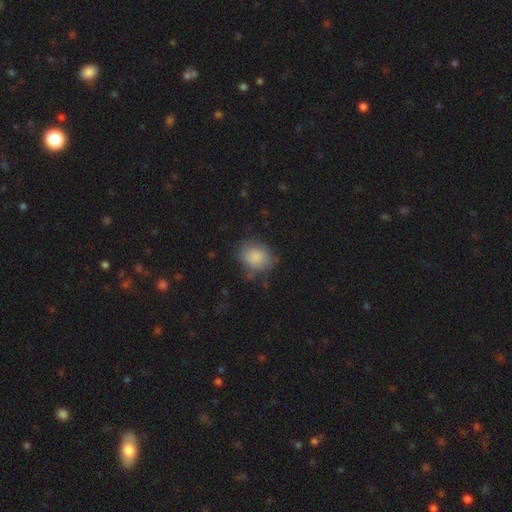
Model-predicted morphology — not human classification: Smooth or featured?
  - smooth: 83% *
  - star or artifact: 8%
  - featured or disk: 8%
How rounded?
  - round: 52% *
  - in between: 47%
  - cigar-shaped: 1%
Merging?
  - none: 63% *
  - minor disturbance: 25%
  - major disturbance: 10%
  - merger: 3%